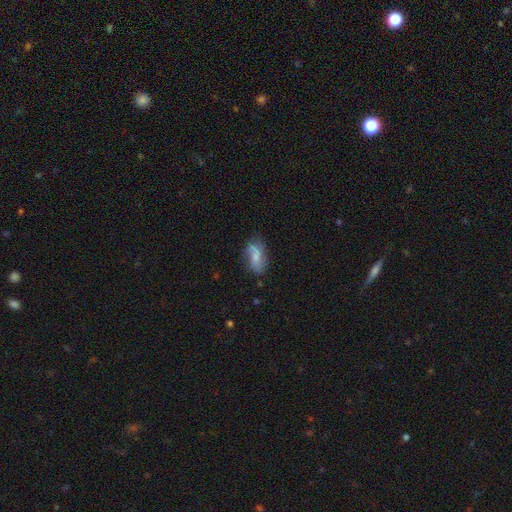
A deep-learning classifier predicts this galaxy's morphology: A smooth galaxy with no disk features (55%) that is in between round and cigar-shaped (87%).

Vote fractions:
- Smooth or featured? smooth: 55% / featured or disk: 37% / star or artifact: 8%
- How rounded? in between: 87% / cigar-shaped: 8% / round: 5%
- Merging? none: 52% / minor disturbance: 29% / major disturbance: 14% / merger: 4%